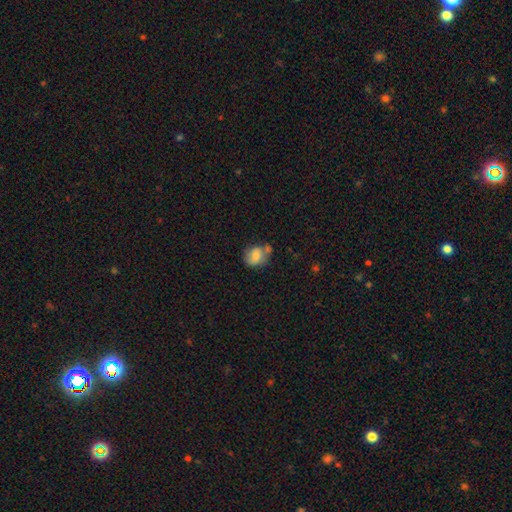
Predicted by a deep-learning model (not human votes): The model was most divided on "merging": none: 48%, minor disturbance: 23%, merger: 21%, major disturbance: 8%. More confident: how rounded — round (66%); smooth or featured — smooth (66%).